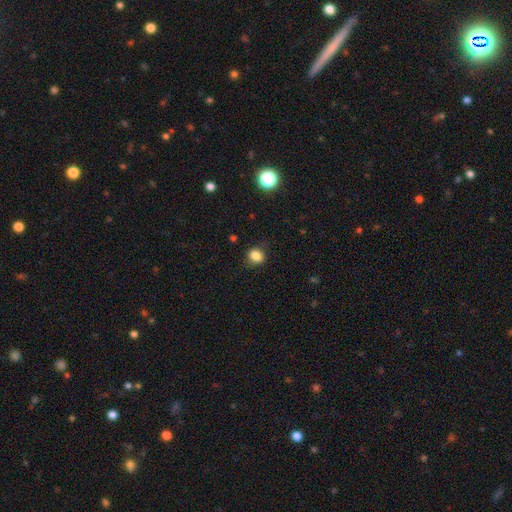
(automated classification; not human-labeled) Morphology: type=smooth (84%); roundness=round (62%); merging=none (82%).